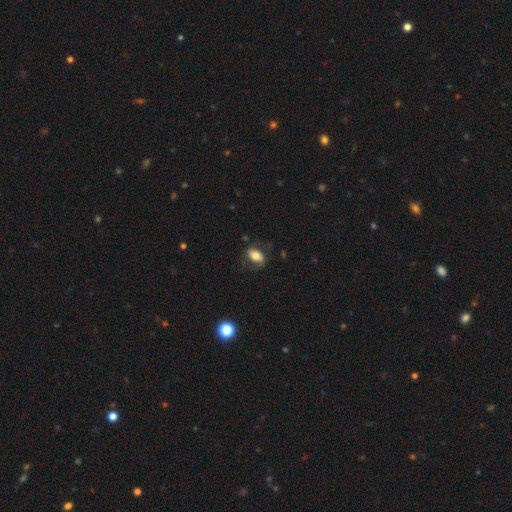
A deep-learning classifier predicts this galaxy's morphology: Smooth or featured? smooth (72%)
How rounded? in between (88%)
Merging? none (70%)